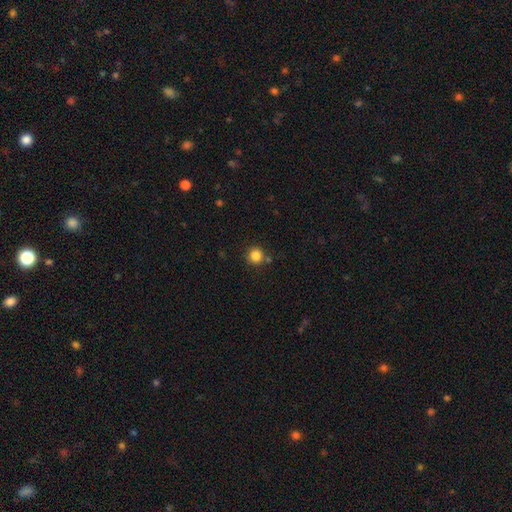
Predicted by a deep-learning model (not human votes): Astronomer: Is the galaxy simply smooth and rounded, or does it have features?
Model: smooth — 85%.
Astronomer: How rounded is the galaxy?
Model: round — 94%.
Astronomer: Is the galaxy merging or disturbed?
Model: none — 82%.